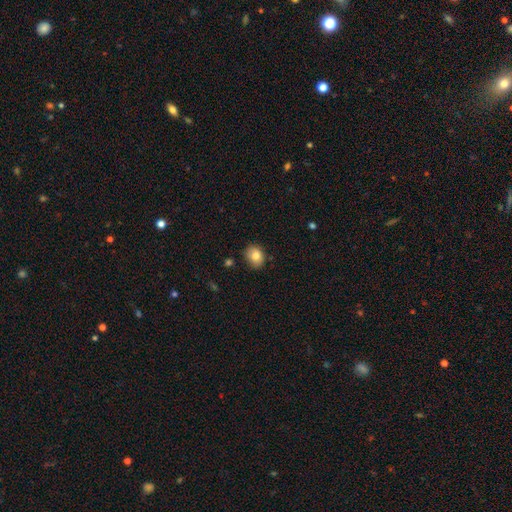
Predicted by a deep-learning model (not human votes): smooth_or_featured: smooth (p=0.82) [alt: featured or disk p=0.09]
how_rounded: in between (p=0.52) [alt: round p=0.47]
merging: none (p=0.79) [alt: minor disturbance p=0.16]